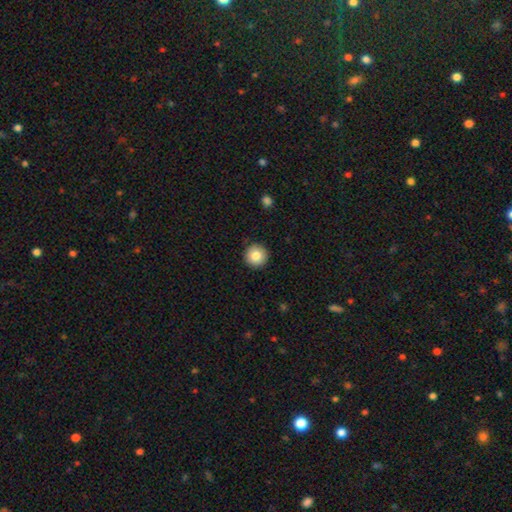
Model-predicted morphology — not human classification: smooth 83%, star or artifact 9%, featured or disk 8%. Down the decision tree: how rounded — round (96%); merging — none (92%).